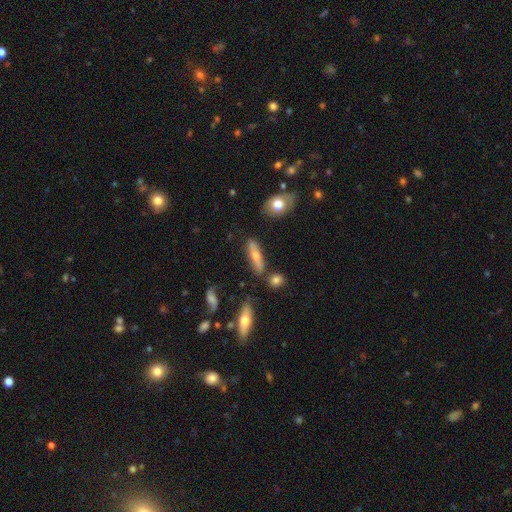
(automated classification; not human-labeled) Q: Smooth or featured?
A: smooth (50%); runner-up: featured or disk (40%)
Q: Merging?
A: none (75%); runner-up: minor disturbance (14%)